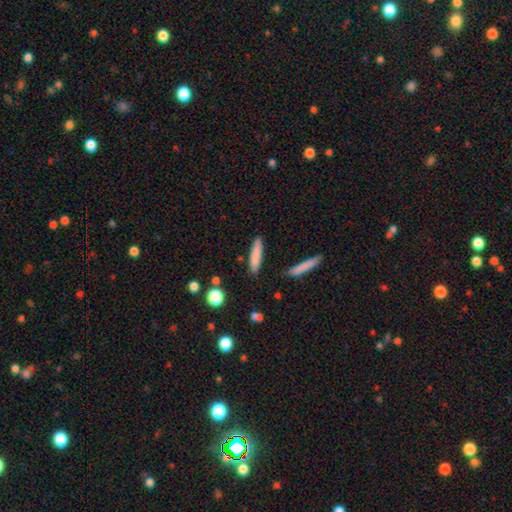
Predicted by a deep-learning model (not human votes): Smooth or featured: smooth — 81% (featured or disk — 13%)
How rounded: cigar-shaped — 86% (in between — 12%)
Merging: none — 87% (minor disturbance — 8%)